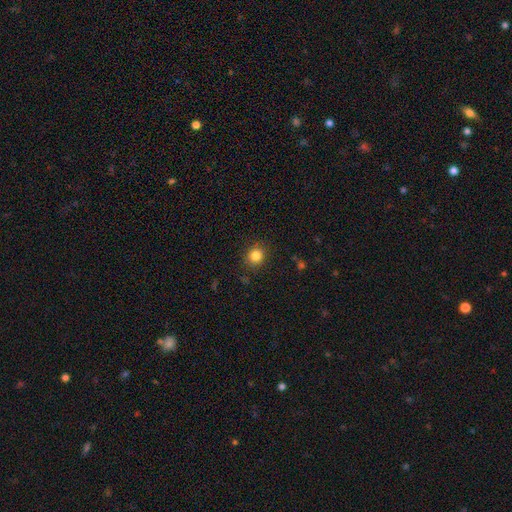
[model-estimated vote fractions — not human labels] Smooth or featured: smooth — 84% (star or artifact — 11%)
How rounded: round — 83% (in between — 16%)
Merging: none — 87% (minor disturbance — 9%)